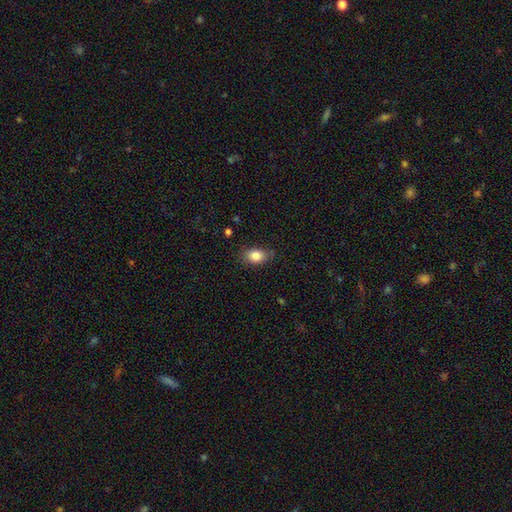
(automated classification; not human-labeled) smooth-or-featured: smooth: 85% | star or artifact: 8% | featured or disk: 7%
  how-rounded: in between: 81% | round: 18% | cigar-shaped: 2%
  merging: none: 78% | minor disturbance: 17% | major disturbance: 4% | merger: 1%